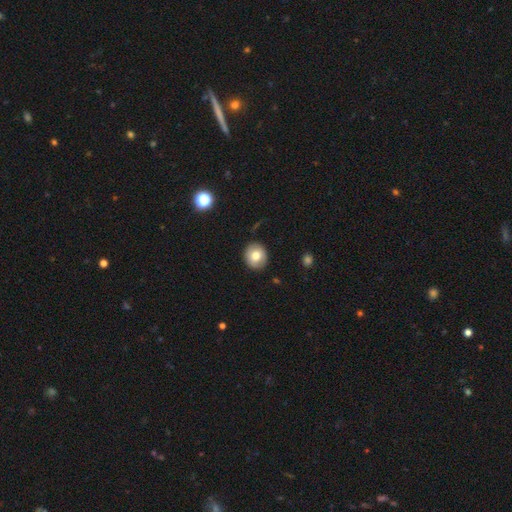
Smooth or featured?
  - smooth: 82% *
  - featured or disk: 10%
  - star or artifact: 8%
How rounded?
  - round: 78% *
  - in between: 22%
  - cigar-shaped: 0%
Merging?
  - none: 92% *
  - minor disturbance: 8%
  - major disturbance: 0%
  - merger: 0%